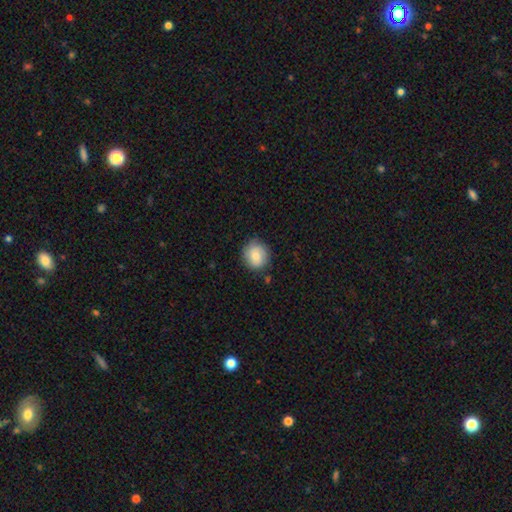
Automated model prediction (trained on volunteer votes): smooth_or_featured: smooth (p=0.78) [alt: featured or disk p=0.14]
how_rounded: round (p=0.86) [alt: in between p=0.13]
merging: none (p=0.79) [alt: minor disturbance p=0.16]